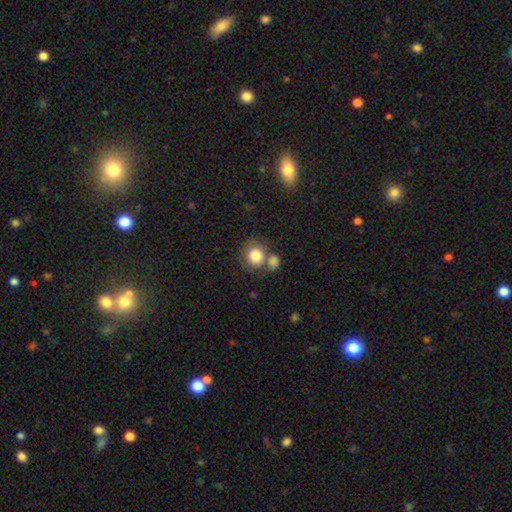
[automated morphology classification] Smooth or featured: smooth — 83% (star or artifact — 9%)
How rounded: round — 83% (in between — 16%)
Merging: none — 53% (merger — 32%)